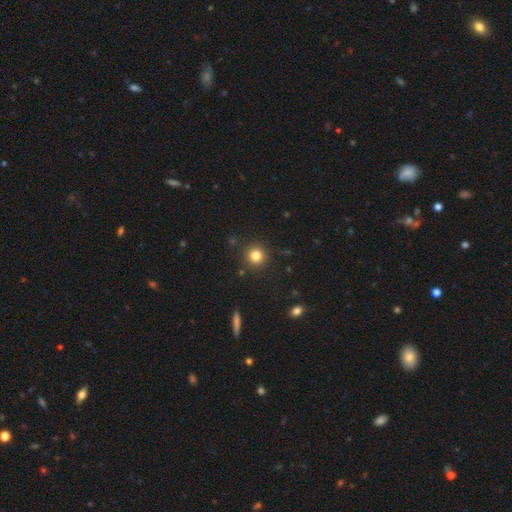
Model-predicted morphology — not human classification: smooth_or_featured: smooth (p=0.81) [alt: star or artifact p=0.13]
how_rounded: round (p=0.94) [alt: in between p=0.05]
merging: none (p=0.89) [alt: minor disturbance p=0.07]